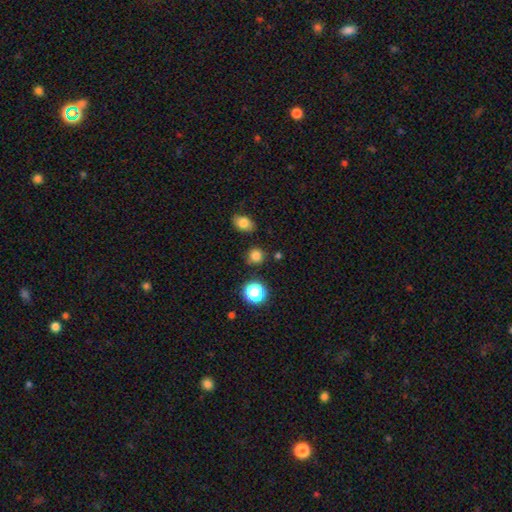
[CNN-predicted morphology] A smooth galaxy with no disk features (79%) that is round (86%).

Vote fractions:
- Smooth or featured? smooth: 79% / star or artifact: 16% / featured or disk: 5%
- How rounded? round: 86% / in between: 13% / cigar-shaped: 1%
- Merging? none: 84% / minor disturbance: 10% / merger: 4% / major disturbance: 3%